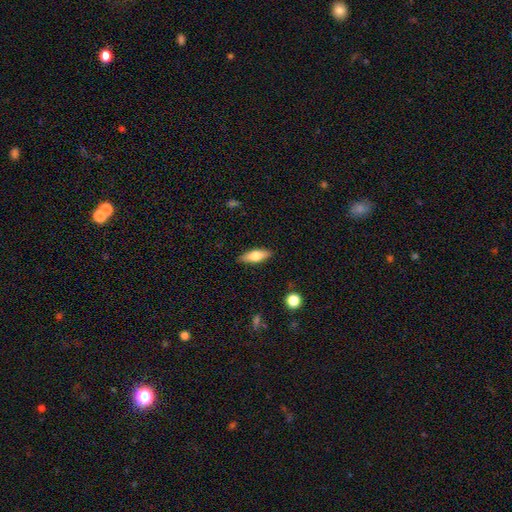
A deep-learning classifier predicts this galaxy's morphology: type=smooth (67%); roundness=in between (63%); merging=none (88%).